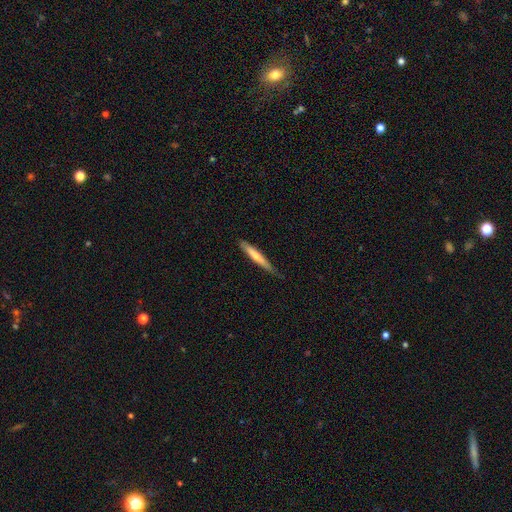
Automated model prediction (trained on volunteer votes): A smooth galaxy with no disk features (63%) that is cigar-shaped (94%). Merging: none (75%).